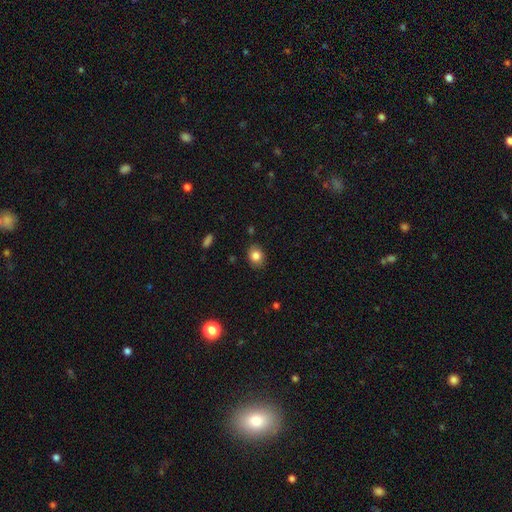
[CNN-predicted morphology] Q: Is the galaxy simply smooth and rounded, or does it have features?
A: smooth — 83%.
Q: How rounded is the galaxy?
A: in between — 53%.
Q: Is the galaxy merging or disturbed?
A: none — 85%.